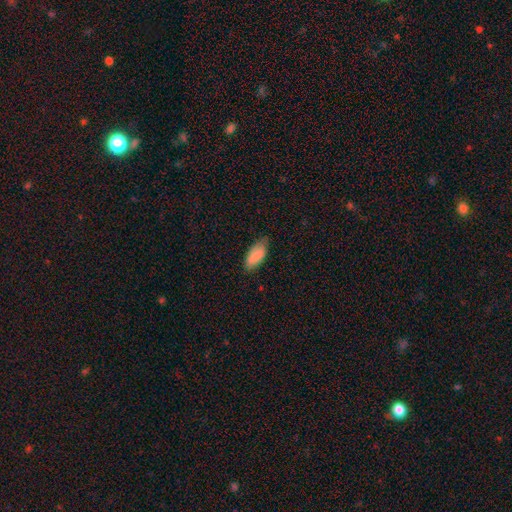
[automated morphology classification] Smooth or featured? Predicted: smooth (p=0.86). How rounded? Predicted: in between (p=0.83). Merging? Predicted: none (p=0.70).